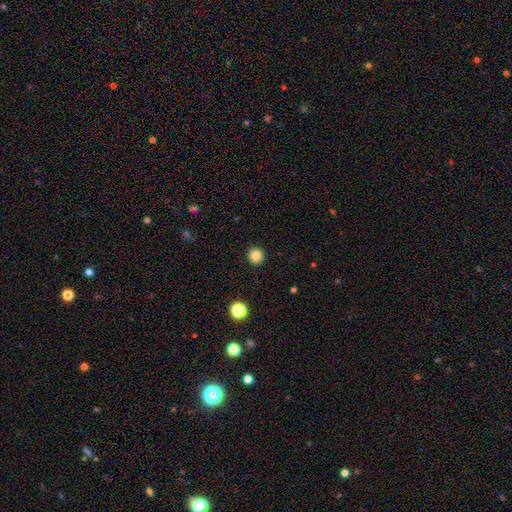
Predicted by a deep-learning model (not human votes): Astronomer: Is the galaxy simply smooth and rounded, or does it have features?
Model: smooth — 83%.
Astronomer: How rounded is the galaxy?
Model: round — 93%.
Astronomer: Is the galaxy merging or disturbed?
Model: none — 92%.